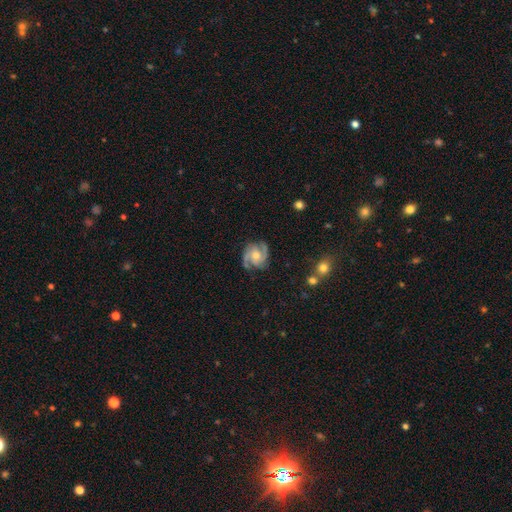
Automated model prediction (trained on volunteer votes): Morphology: type=featured or disk (88%); edge-on=no (98%); bar=no (64%); spiral arms=yes (98%); winding=medium (49%); arm count=3 (50%); bulge=moderate (64%); merging=none (77%).